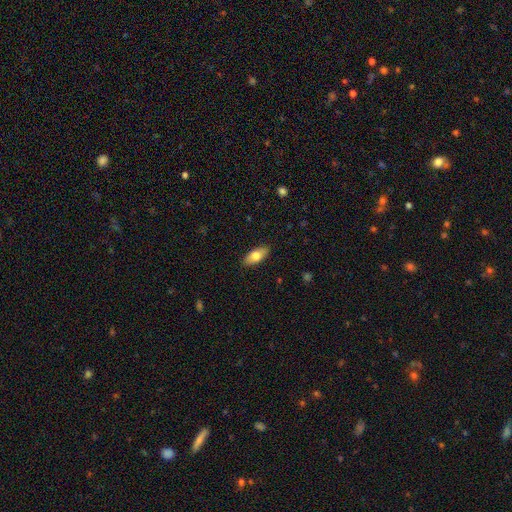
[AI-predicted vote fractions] Smooth or featured: smooth — 75% (featured or disk — 19%)
How rounded: in between — 86% (cigar-shaped — 11%)
Merging: none — 88% (minor disturbance — 9%)